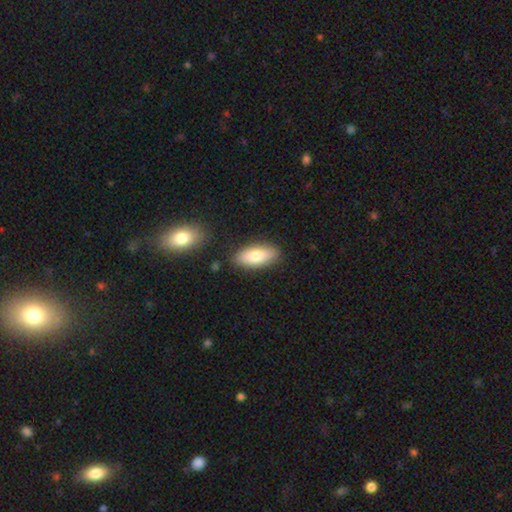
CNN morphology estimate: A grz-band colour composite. It shows a smooth galaxy with no disk features (80%) that is in between round and cigar-shaped (82%). Merging: none (83%).